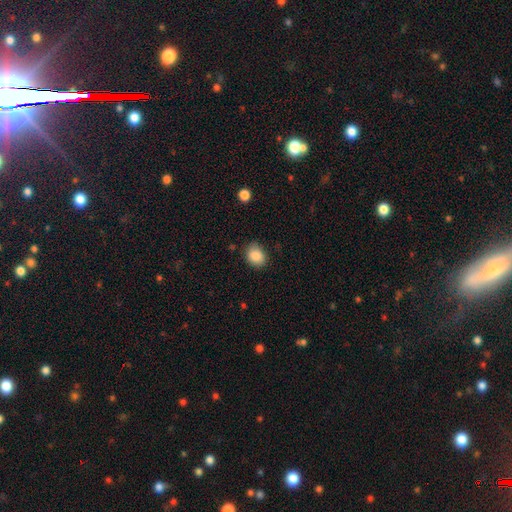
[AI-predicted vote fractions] Morphology: type=smooth (87%); roundness=round (51%); merging=none (78%).